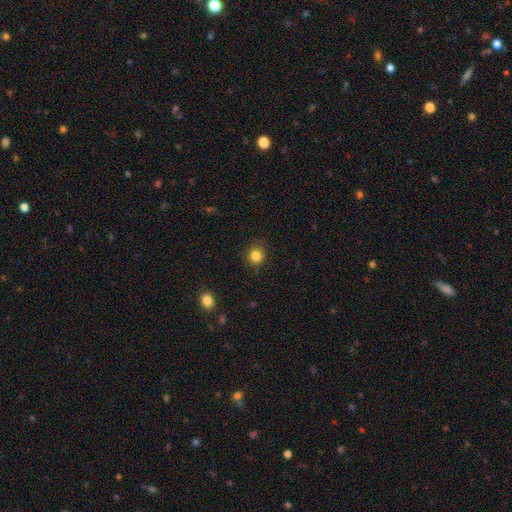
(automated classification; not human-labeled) The model was most divided on "how rounded": round: 80%, in between: 19%, cigar-shaped: 1%. More confident: merging — none (83%); smooth or featured — smooth (83%).